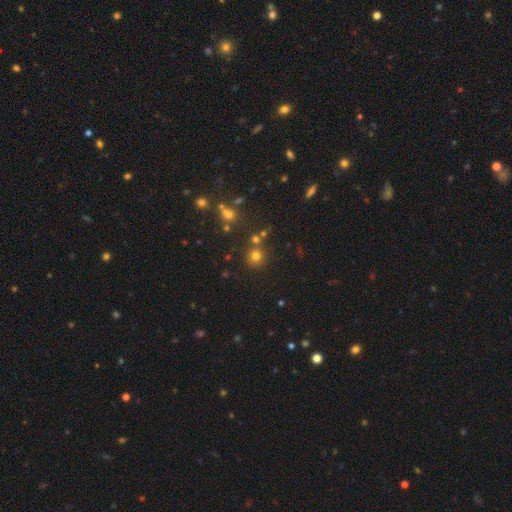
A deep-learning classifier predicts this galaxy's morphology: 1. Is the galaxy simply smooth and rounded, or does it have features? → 71% smooth, 22% star or artifact, 8% featured or disk.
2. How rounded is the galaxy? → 90% round, 9% in between, 1% cigar-shaped.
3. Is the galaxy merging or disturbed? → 75% none, 13% merger, 9% minor disturbance, 3% major disturbance.